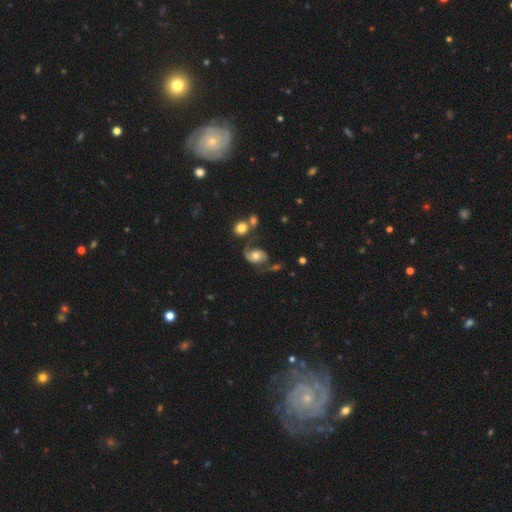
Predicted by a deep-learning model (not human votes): Overall: featured or disk (67%). Edge-on disk: no (97%). Bar: no (74%). Spiral arms: yes (86%). Spiral arm count: 2 (82%). Spiral winding: medium (43%; loose 36%). Bulge size: moderate (70%). Merging: none (46%; minor disturbance 22%).